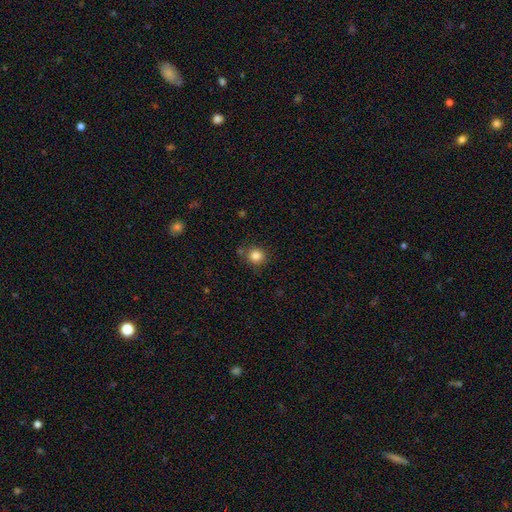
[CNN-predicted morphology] smooth 84%, star or artifact 11%, featured or disk 5%. Down the decision tree: how rounded — round (89%); merging — none (79%).